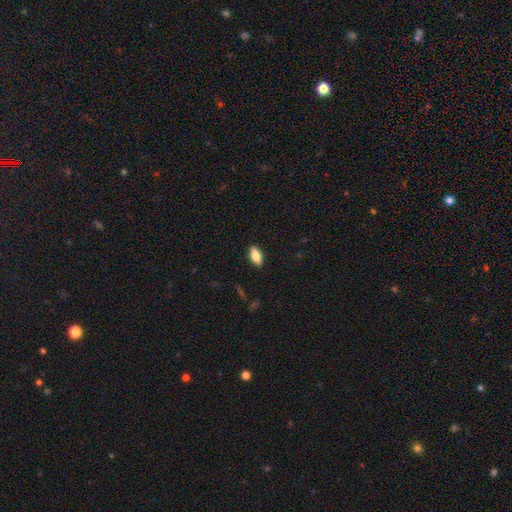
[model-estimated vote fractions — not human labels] Smooth or featured? Predicted: smooth (p=0.78). How rounded? Predicted: in between (p=0.88). Merging? Predicted: none (p=0.89).